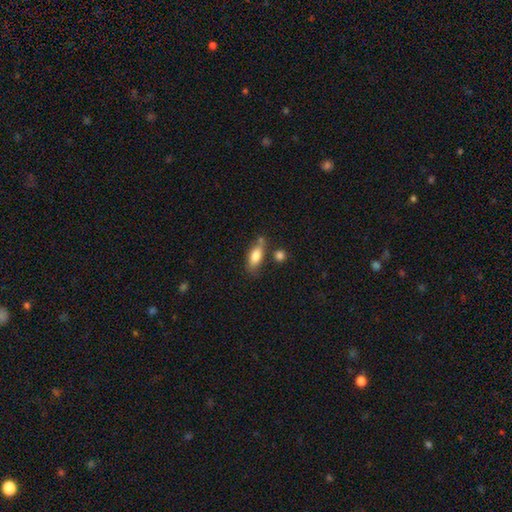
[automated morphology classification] Smooth or featured: smooth — 79% (featured or disk — 14%)
How rounded: in between — 77% (cigar-shaped — 18%)
Merging: none — 61% (minor disturbance — 20%)